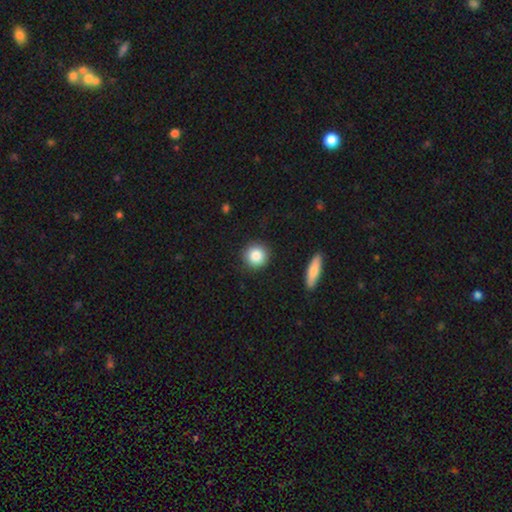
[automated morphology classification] smooth_or_featured: smooth (p=0.85) [alt: star or artifact p=0.08]
how_rounded: round (p=0.92) [alt: in between p=0.07]
merging: none (p=0.90) [alt: minor disturbance p=0.06]